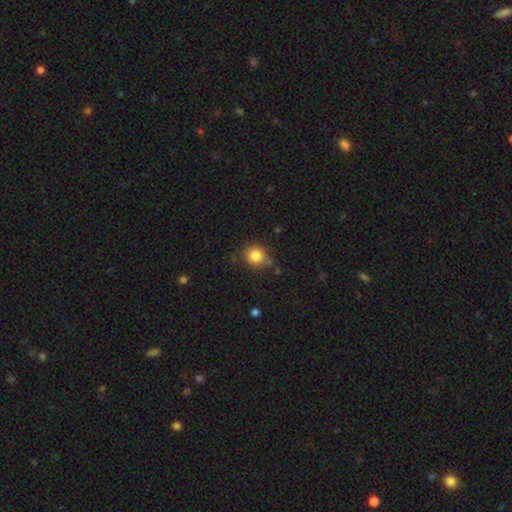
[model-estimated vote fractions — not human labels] Smooth or featured?
  - smooth: 84% *
  - star or artifact: 11%
  - featured or disk: 6%
How rounded?
  - round: 84% *
  - in between: 15%
  - cigar-shaped: 1%
Merging?
  - none: 70% *
  - minor disturbance: 20%
  - merger: 5%
  - major disturbance: 5%